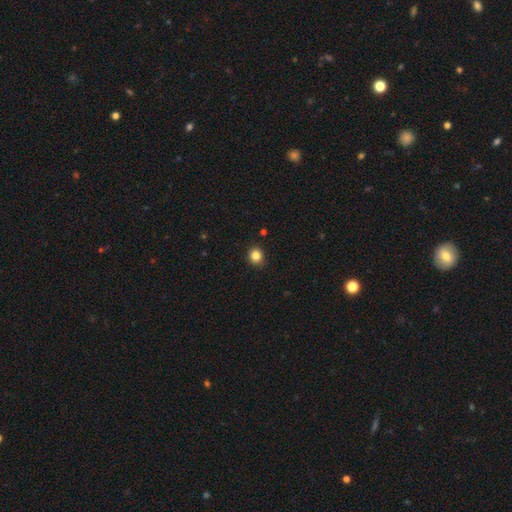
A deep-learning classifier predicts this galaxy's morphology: The model was most divided on "how rounded": round: 83%, in between: 17%, cigar-shaped: 1%. More confident: merging — none (90%); smooth or featured — smooth (84%).